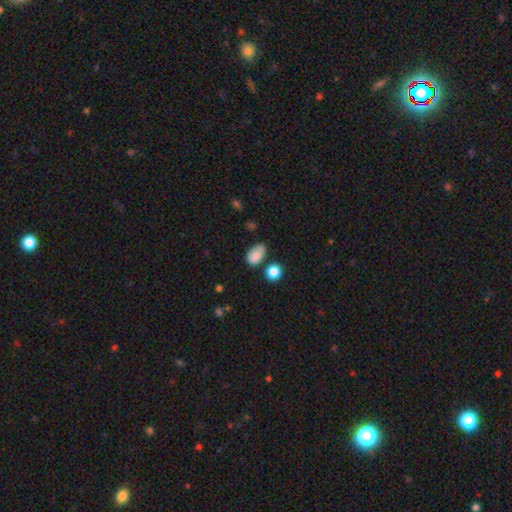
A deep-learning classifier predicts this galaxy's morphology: Q: Smooth or featured?
A: smooth (84%); runner-up: star or artifact (10%)
Q: How rounded?
A: in between (88%); runner-up: round (10%)
Q: Merging?
A: none (59%); runner-up: minor disturbance (29%)